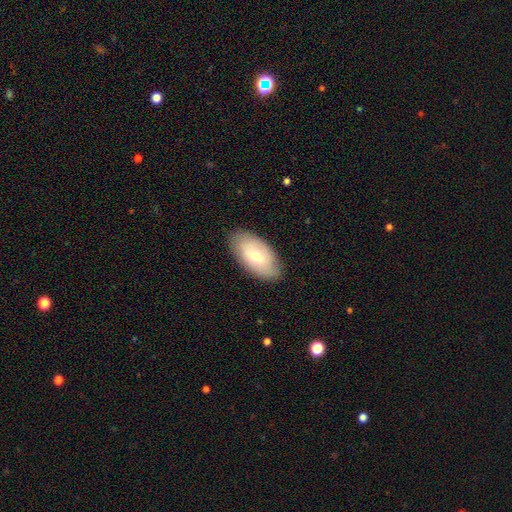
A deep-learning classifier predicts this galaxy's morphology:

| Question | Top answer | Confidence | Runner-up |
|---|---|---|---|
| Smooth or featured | smooth | 59% | featured or disk (34%) |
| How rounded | in between | 94% | round (3%) |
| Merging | none | 85% | minor disturbance (12%) |